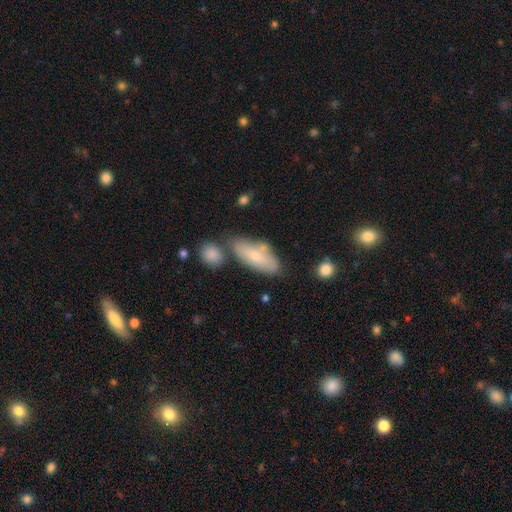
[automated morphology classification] A smooth galaxy with no disk features (66%) that is in between round and cigar-shaped (78%). Merging: none (59%).